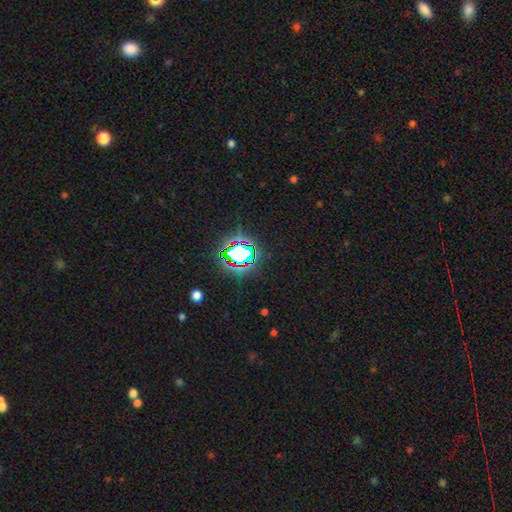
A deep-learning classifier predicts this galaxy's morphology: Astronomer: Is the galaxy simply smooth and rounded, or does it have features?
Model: star or artifact — 82%.